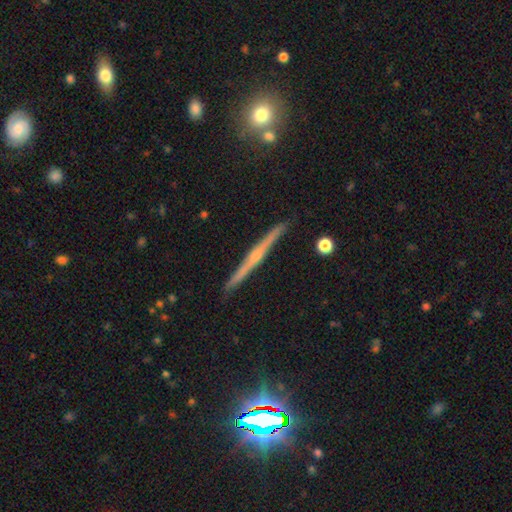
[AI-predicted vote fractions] featured or disk 77%, smooth 13%, star or artifact 9%. Down the decision tree: edge-on disk — yes (98%); edge-on bulge — rounded (72%); merging — none (91%).